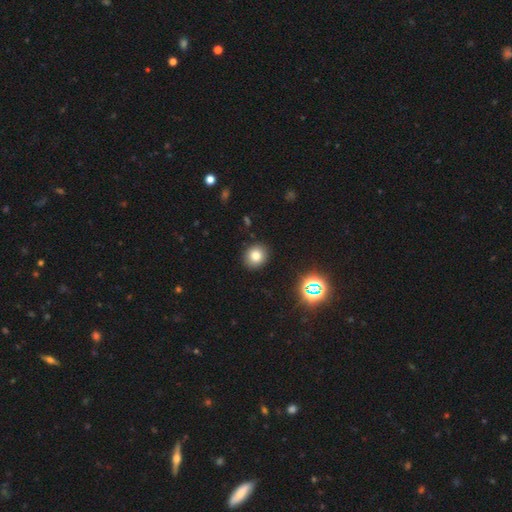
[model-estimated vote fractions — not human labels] Smooth or featured? smooth (78%)
How rounded? round (78%)
Merging? none (91%)